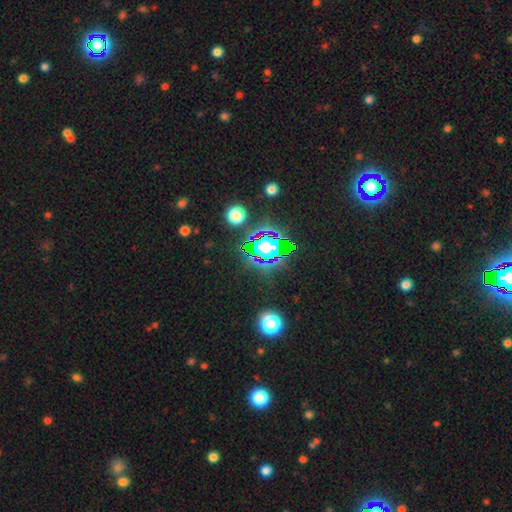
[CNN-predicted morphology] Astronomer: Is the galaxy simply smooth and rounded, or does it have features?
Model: star or artifact — 80%.